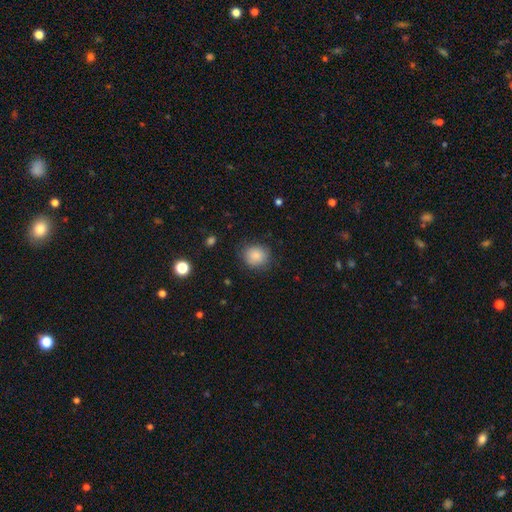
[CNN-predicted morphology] A smooth galaxy with no disk features (87%) that is round (80%).

Vote fractions:
- Smooth or featured? smooth: 87% / star or artifact: 9% / featured or disk: 5%
- How rounded? round: 80% / in between: 19% / cigar-shaped: 1%
- Merging? none: 83% / minor disturbance: 12% / major disturbance: 4% / merger: 1%